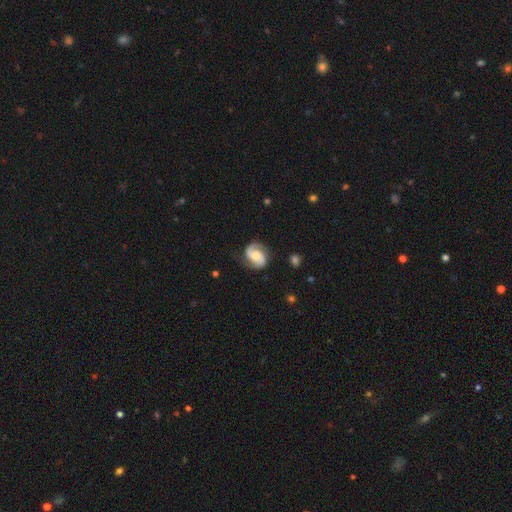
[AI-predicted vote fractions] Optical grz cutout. It shows a featured or disk galaxy (86%) with no bar (50%), 2 (92%) medium (51%) spiral arms (97%) and a moderate central bulge (63%). Merging: none (80%).